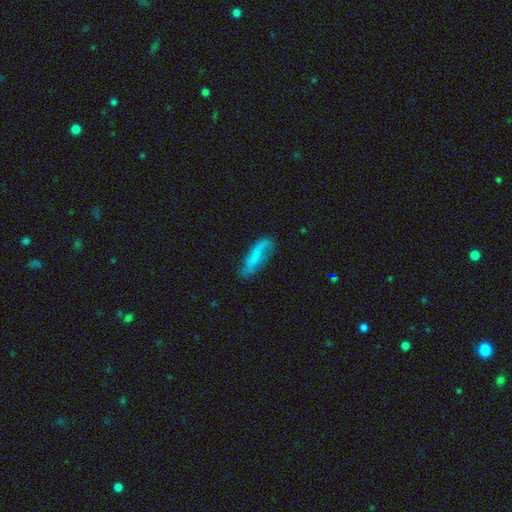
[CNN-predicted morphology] The model was most divided on "how rounded": cigar-shaped: 59%, in between: 38%, round: 2%. More confident: merging — none (64%); smooth or featured — smooth (58%).